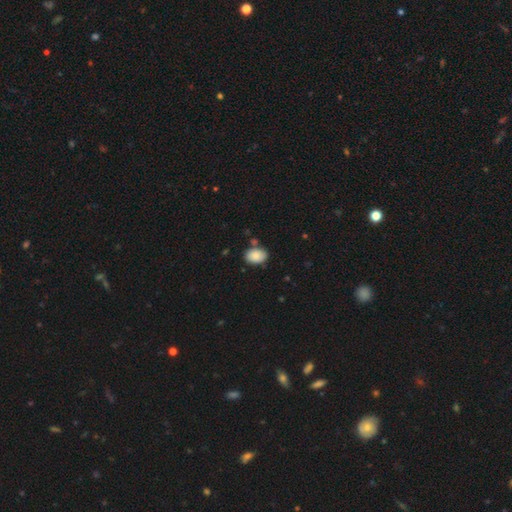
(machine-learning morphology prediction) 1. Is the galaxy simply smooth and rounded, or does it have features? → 87% smooth, 7% star or artifact, 6% featured or disk.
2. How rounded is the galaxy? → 82% in between, 17% round, 1% cigar-shaped.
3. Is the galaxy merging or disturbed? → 76% none, 14% minor disturbance, 7% merger, 3% major disturbance.